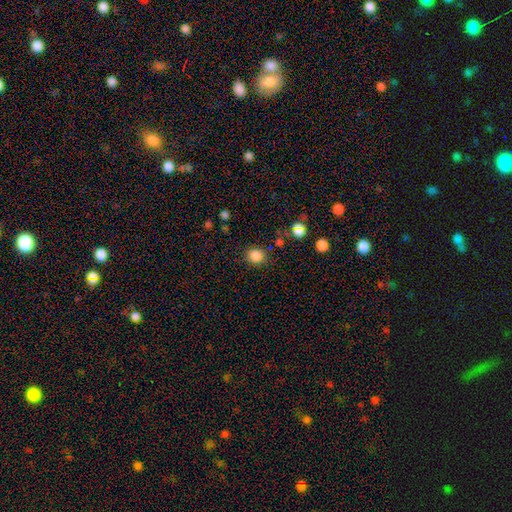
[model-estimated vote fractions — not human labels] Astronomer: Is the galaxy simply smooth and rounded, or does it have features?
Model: smooth — 83%.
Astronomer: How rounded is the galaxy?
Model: round — 83%.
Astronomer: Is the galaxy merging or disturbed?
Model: none — 84%.